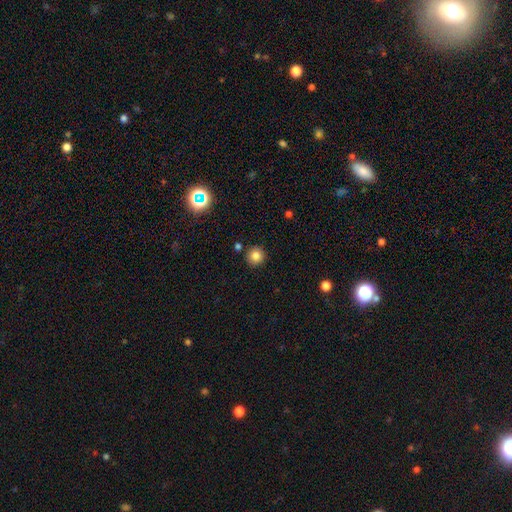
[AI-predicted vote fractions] Morphology: type=smooth (83%); roundness=round (94%); merging=none (89%).